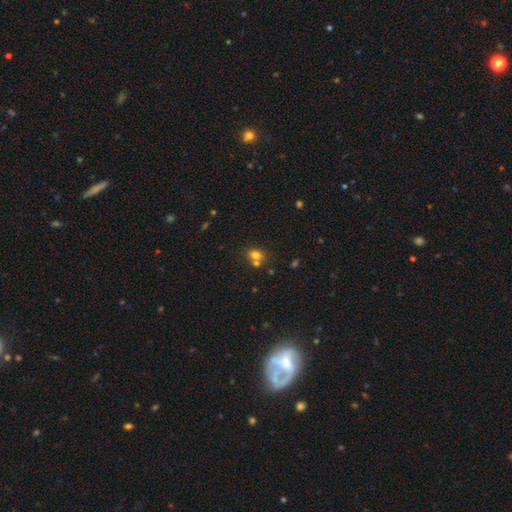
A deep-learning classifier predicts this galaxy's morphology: Smooth or featured? Predicted: smooth (p=0.74). How rounded? Predicted: round (p=0.56). Merging? Predicted: none (p=0.49).